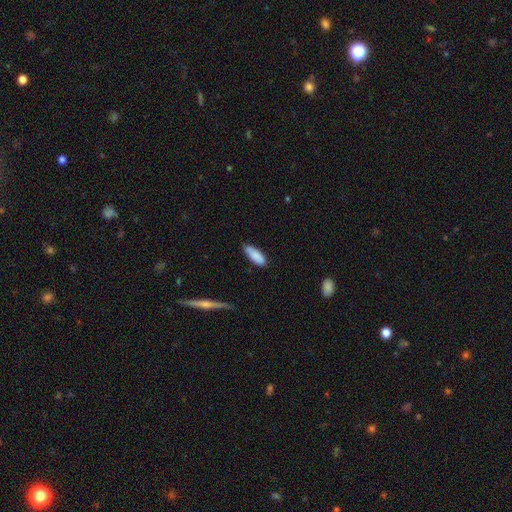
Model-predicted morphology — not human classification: Smooth or featured? Predicted: smooth (p=0.87). How rounded? Predicted: in between (p=0.73). Merging? Predicted: none (p=0.74).